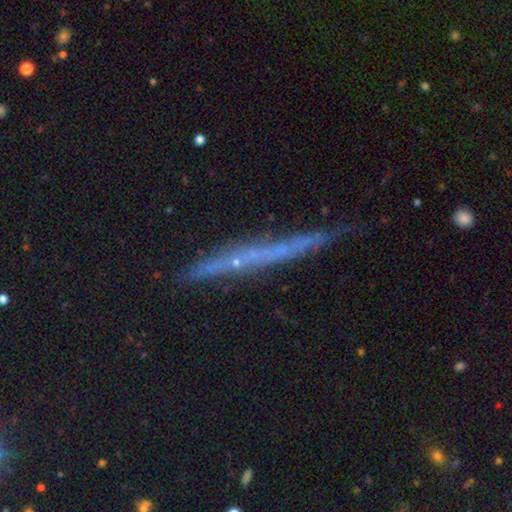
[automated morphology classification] Smooth or featured? Predicted: featured or disk (p=0.56). Edge-on disk? Predicted: yes (p=0.91). Edge-on bulge? Predicted: none (p=0.78). Merging? Predicted: none (p=0.76).